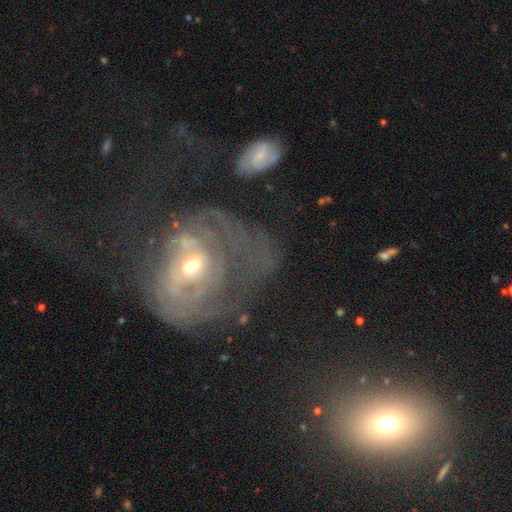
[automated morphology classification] Smooth or featured? featured or disk (67%)
Edge-on disk? no (96%)
Bar? no (63%)
Spiral arms? yes (54%)
Bulge size? moderate (46%, tied with small)
Merging? major disturbance (44%)